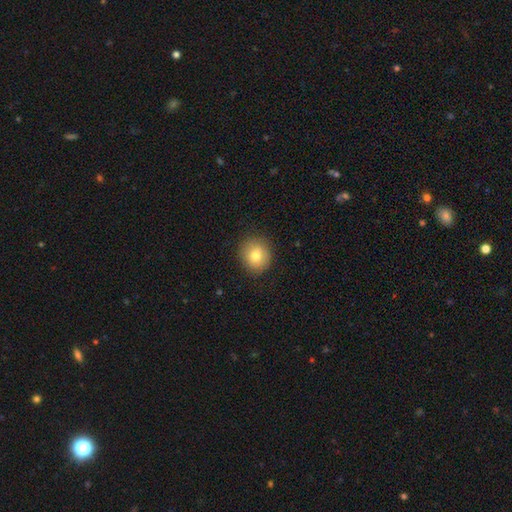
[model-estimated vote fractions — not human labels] smooth 78%, featured or disk 12%, star or artifact 10%. Down the decision tree: how rounded — round (83%); merging — none (85%).